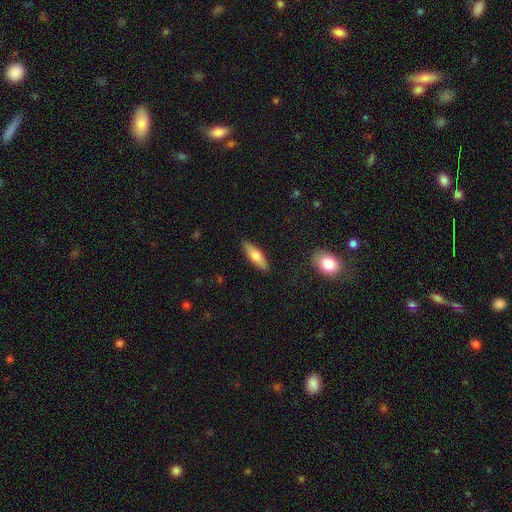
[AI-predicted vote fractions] This appears to be a smooth galaxy with no disk features (70%) that is cigar-shaped (53%). Merging: none (88%).